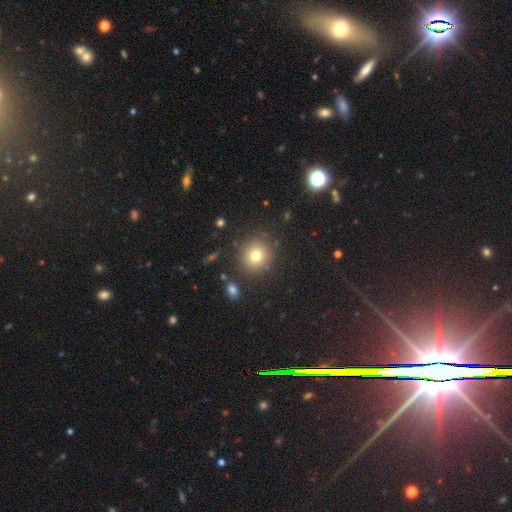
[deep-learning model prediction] This is likely a smooth galaxy (76%). How rounded: clearly round (88%). Merging: clearly none (85%).